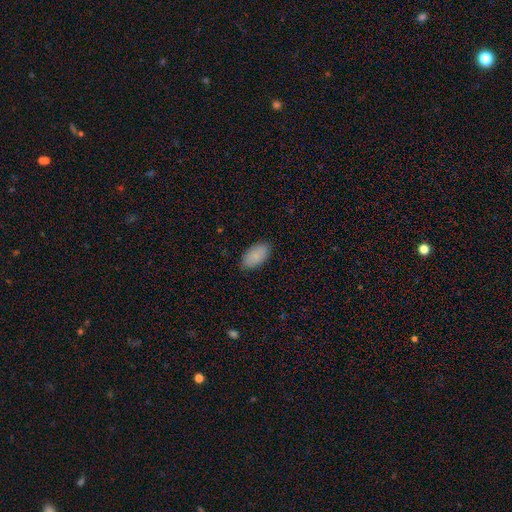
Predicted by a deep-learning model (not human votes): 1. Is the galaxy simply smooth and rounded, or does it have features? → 86% smooth, 8% featured or disk, 6% star or artifact.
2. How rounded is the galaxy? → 95% in between, 3% round, 2% cigar-shaped.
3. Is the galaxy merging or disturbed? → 85% none, 11% minor disturbance, 2% major disturbance, 1% merger.